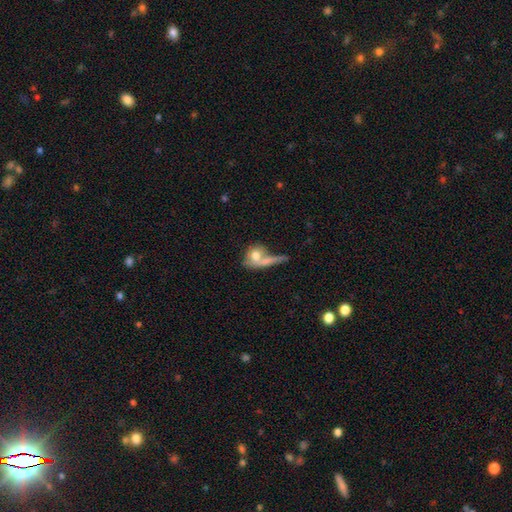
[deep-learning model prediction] This is likely a smooth galaxy (64%). How rounded: possibly round (50%). Merging: marginally merger (42%).